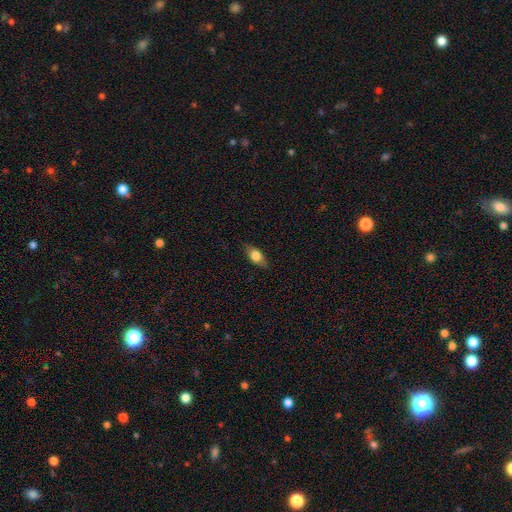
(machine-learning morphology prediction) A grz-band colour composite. It shows a smooth galaxy with no disk features (73%) that is in between round and cigar-shaped (83%). Merging: none (84%).